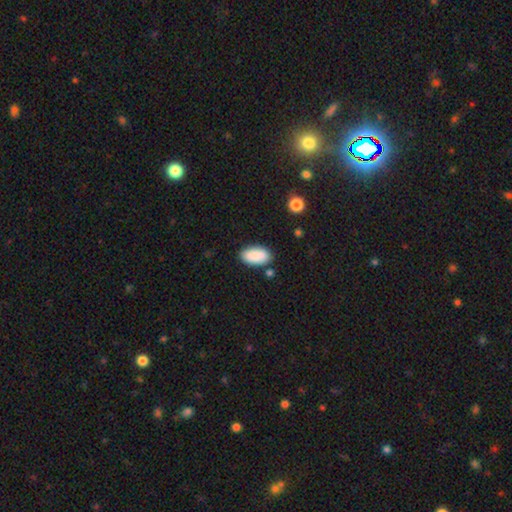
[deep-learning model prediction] Smooth or featured?
  - smooth: 88% *
  - star or artifact: 7%
  - featured or disk: 5%
How rounded?
  - in between: 94% *
  - cigar-shaped: 3%
  - round: 3%
Merging?
  - none: 79% *
  - minor disturbance: 13%
  - merger: 5%
  - major disturbance: 3%